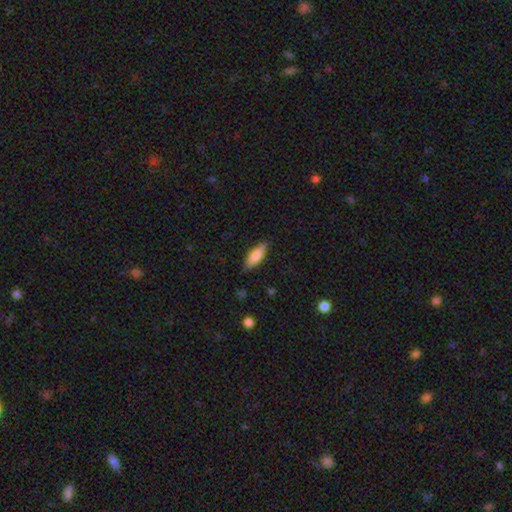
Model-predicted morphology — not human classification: smooth_or_featured: smooth (p=0.79) [alt: featured or disk p=0.15]
how_rounded: in between (p=0.62) [alt: cigar-shaped p=0.36]
merging: none (p=0.84) [alt: minor disturbance p=0.12]